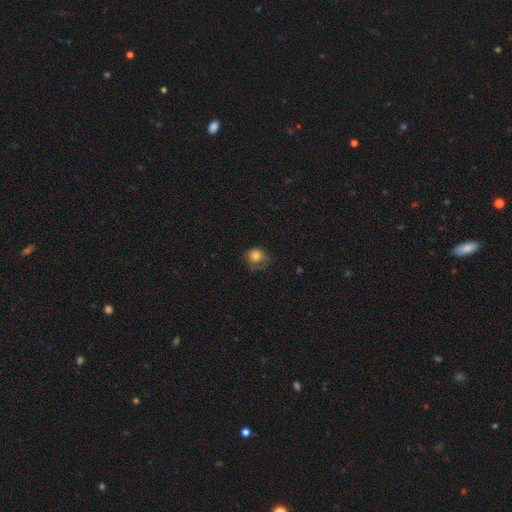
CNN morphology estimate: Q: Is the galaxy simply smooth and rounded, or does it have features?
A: smooth — 77%.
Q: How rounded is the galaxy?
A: round — 75%.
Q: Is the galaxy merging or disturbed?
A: none — 46%.